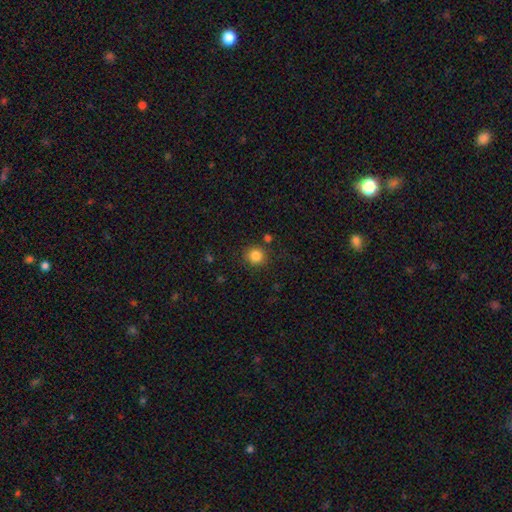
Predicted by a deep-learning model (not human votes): A smooth galaxy with no disk features (84%) that is round (92%). Merging: none (86%).